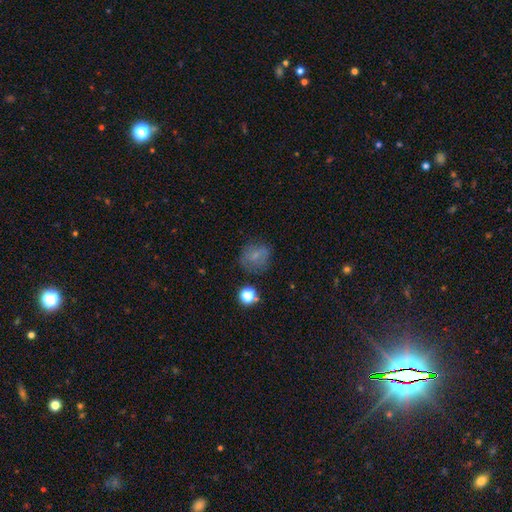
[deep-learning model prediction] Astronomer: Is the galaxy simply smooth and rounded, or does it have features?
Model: smooth — 66%.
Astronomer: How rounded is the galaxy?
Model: round — 76%.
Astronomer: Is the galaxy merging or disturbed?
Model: none — 67%.